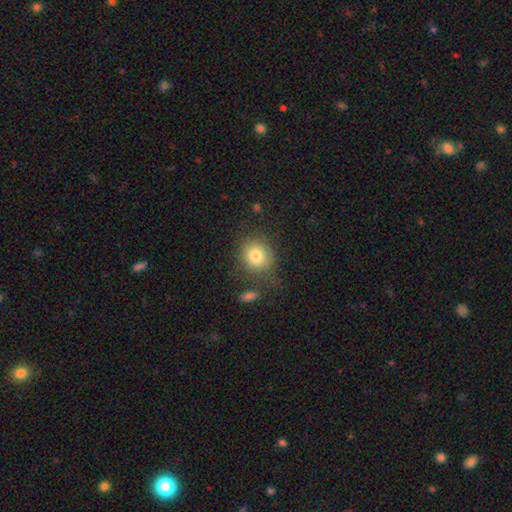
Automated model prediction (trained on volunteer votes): smooth 79%, star or artifact 11%, featured or disk 11%. Down the decision tree: how rounded — round (79%); merging — none (72%).